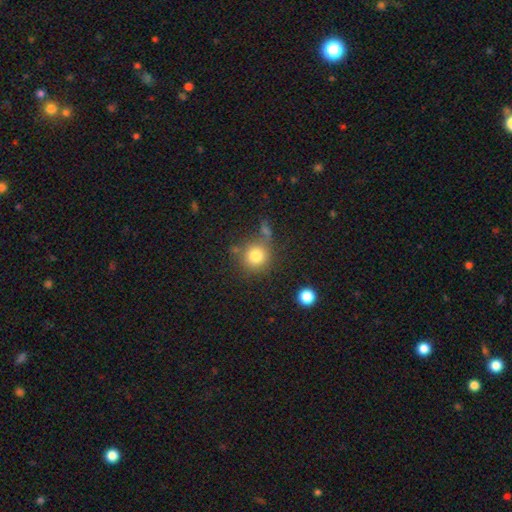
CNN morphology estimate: Overall: smooth (80%). How rounded: round (90%). Merging: none (65%).